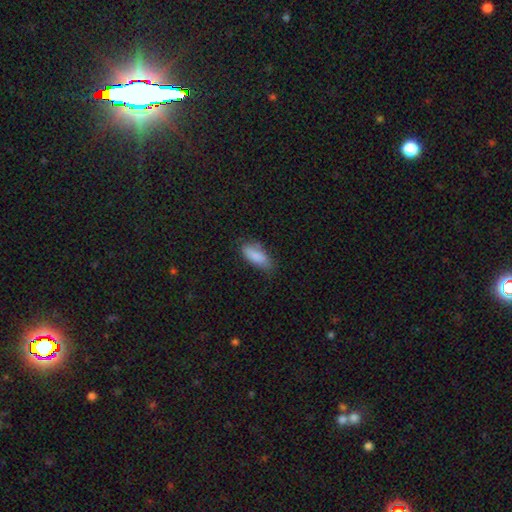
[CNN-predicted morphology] Smooth or featured? Predicted: smooth (p=0.85). How rounded? Predicted: in between (p=0.79). Merging? Predicted: none (p=0.66).